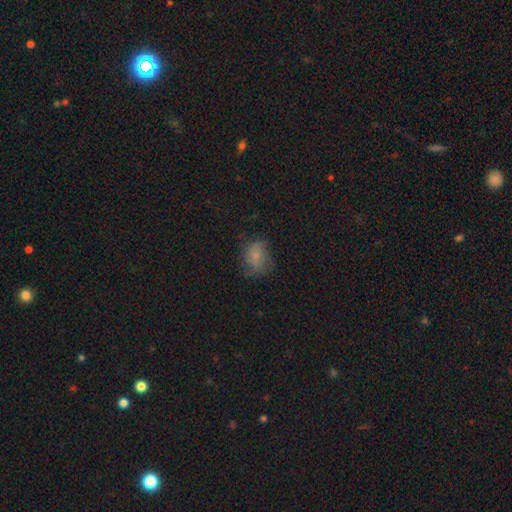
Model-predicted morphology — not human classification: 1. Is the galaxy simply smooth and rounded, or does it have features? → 64% smooth, 24% featured or disk, 12% star or artifact.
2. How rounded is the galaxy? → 49% in between (tied), 49% round (tied), 1% cigar-shaped.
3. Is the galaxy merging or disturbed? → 56% none, 28% minor disturbance, 15% major disturbance, 1% merger.